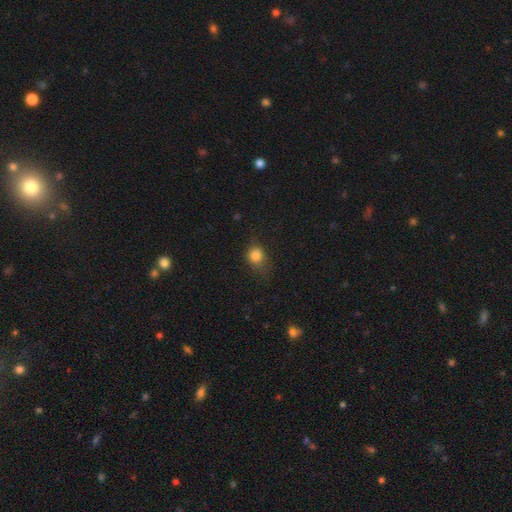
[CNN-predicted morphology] Smooth or featured?
  - smooth: 81% *
  - star or artifact: 12%
  - featured or disk: 7%
How rounded?
  - round: 66% *
  - in between: 32%
  - cigar-shaped: 2%
Merging?
  - none: 60% *
  - minor disturbance: 27%
  - major disturbance: 10%
  - merger: 2%